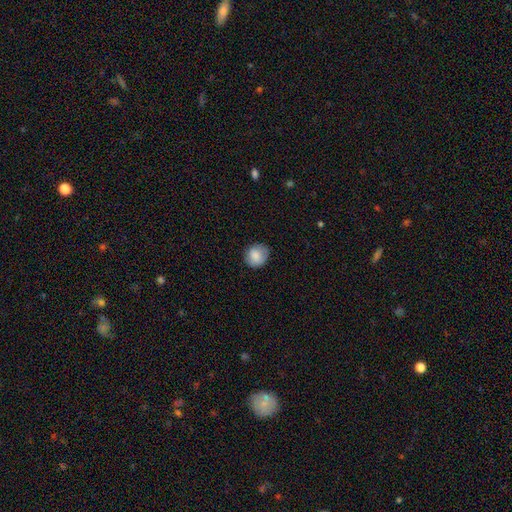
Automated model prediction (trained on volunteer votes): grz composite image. It shows a smooth galaxy with no disk features (84%) that is round (81%). Merging: none (76%).